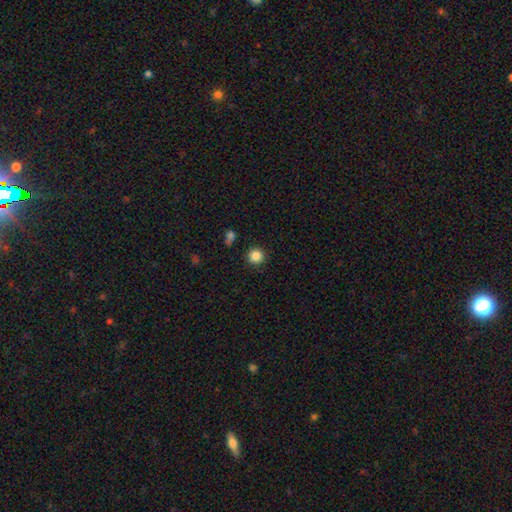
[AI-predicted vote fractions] Morphology: type=smooth (85%); roundness=round (95%); merging=none (90%).